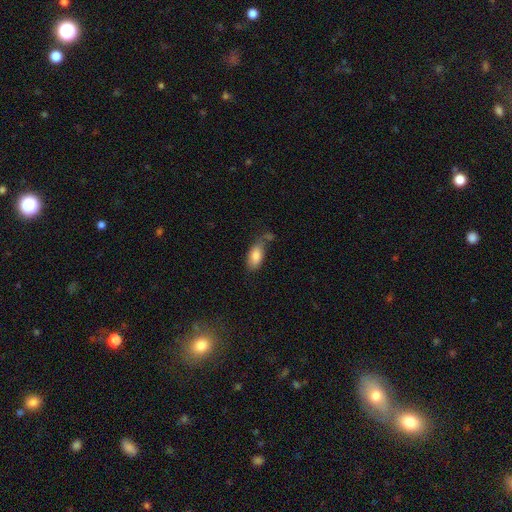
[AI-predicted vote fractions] Morphology: type=smooth (82%); roundness=in between (91%); merging=none (49%).